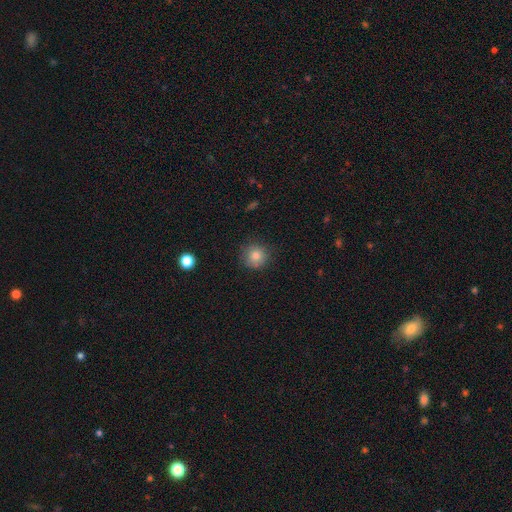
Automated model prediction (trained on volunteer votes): Smooth or featured? Predicted: smooth (p=0.81). How rounded? Predicted: round (p=0.93). Merging? Predicted: none (p=0.85).